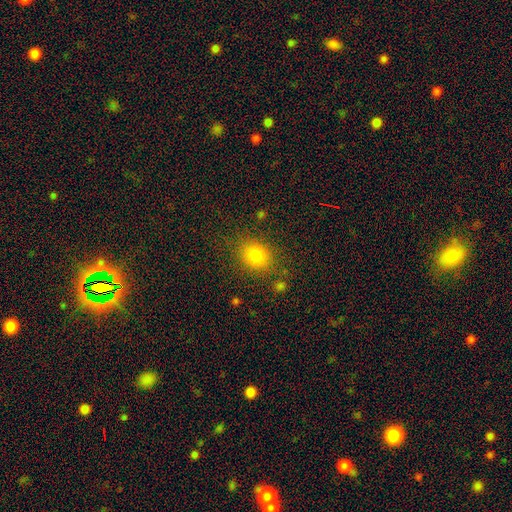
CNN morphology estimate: type=smooth (80%); roundness=round (61%); merging=none (81%).